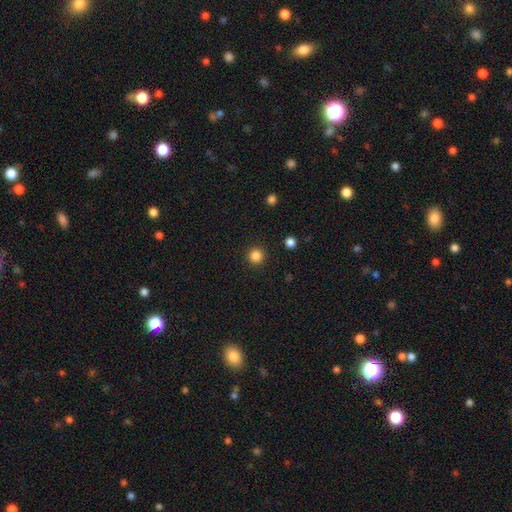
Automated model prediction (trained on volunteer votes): This appears to be a smooth galaxy with no disk features (85%) that is round (96%). Merging: none (93%).